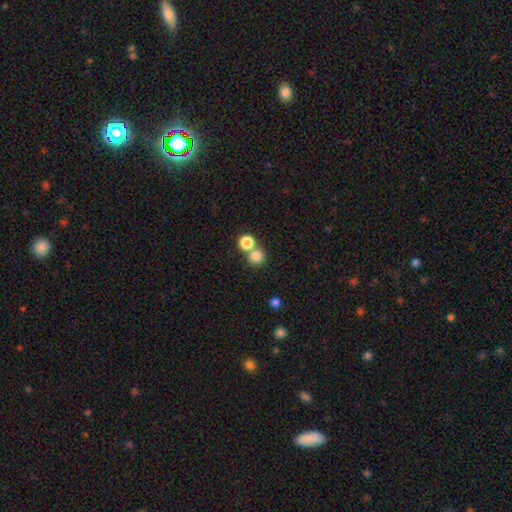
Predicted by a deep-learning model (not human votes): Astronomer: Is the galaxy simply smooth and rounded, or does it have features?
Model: smooth — 80%.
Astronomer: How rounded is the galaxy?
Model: round — 90%.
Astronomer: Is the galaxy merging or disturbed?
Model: none — 58% (runner-up: merger, 33%).